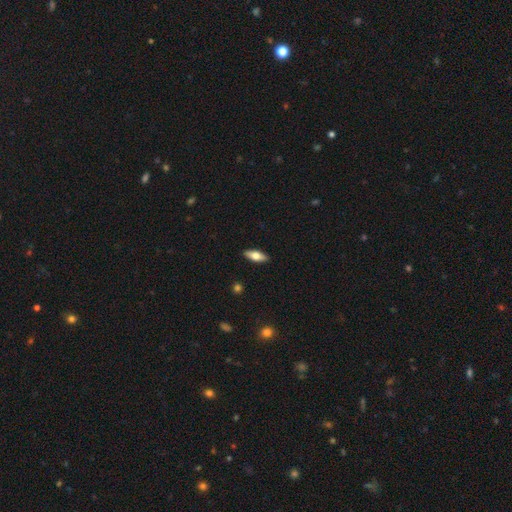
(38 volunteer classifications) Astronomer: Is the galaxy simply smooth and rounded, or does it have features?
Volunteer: smooth — 61%.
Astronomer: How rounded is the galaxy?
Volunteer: in between — 87%.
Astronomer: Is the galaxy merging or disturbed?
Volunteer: none — 97%.